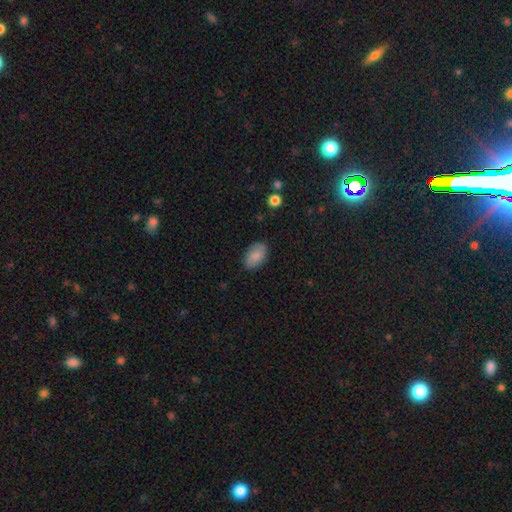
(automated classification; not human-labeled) smooth 81%, featured or disk 12%, star or artifact 7%. Down the decision tree: how rounded — in between (90%); merging — none (84%).